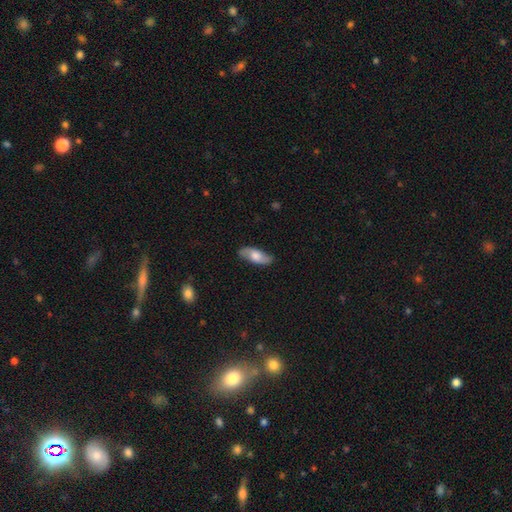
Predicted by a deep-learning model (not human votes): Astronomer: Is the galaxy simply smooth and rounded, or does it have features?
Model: smooth — 57% (runner-up: featured or disk, 37%).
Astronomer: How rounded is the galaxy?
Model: in between — 78%.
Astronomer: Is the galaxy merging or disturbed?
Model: none — 83%.